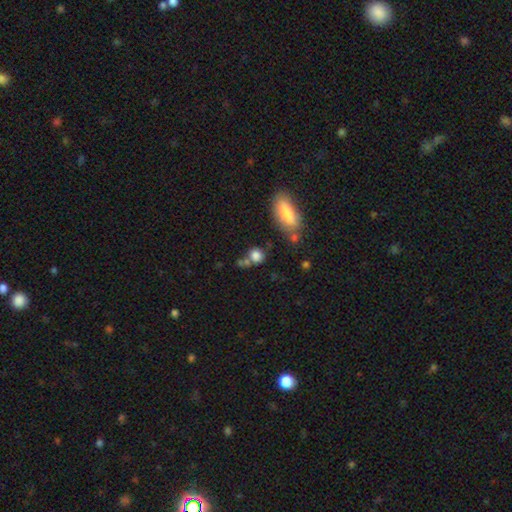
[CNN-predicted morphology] Overall: smooth (81%). How rounded: round (76%). Merging: none (57%; merger 24%).